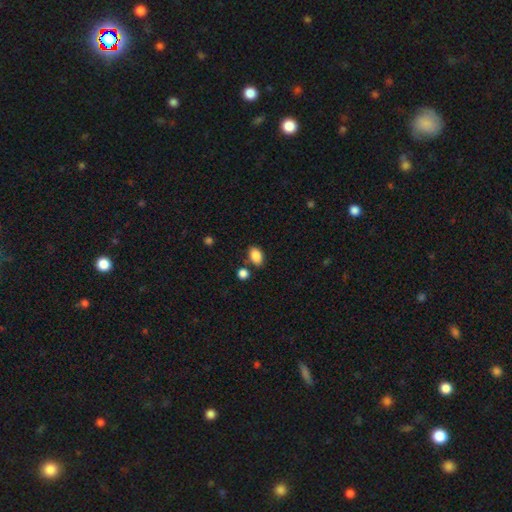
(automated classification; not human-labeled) A smooth galaxy with no disk features (87%) that is in between round and cigar-shaped (85%).

Vote fractions:
- Smooth or featured? smooth: 87% / star or artifact: 8% / featured or disk: 5%
- How rounded? in between: 85% / round: 14% / cigar-shaped: 1%
- Merging? none: 74% / minor disturbance: 13% / merger: 9% / major disturbance: 3%